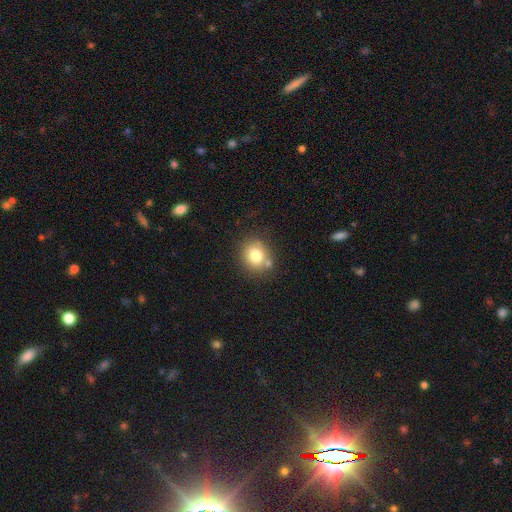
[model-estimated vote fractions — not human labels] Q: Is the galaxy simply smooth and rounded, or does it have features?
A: smooth — 77%.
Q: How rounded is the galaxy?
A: round — 77%.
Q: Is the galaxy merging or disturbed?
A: none — 73%.